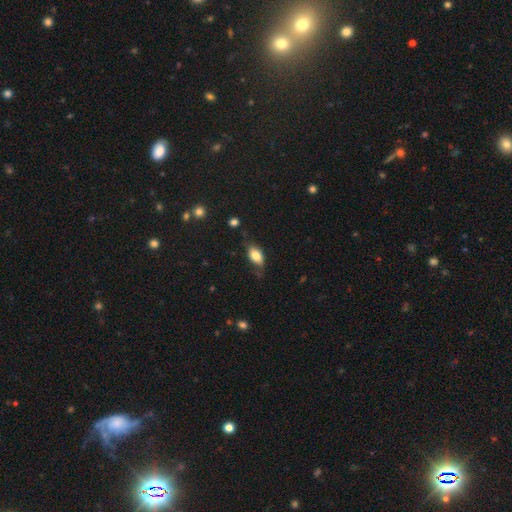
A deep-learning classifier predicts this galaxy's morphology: smooth-or-featured: smooth: 78% | featured or disk: 15% | star or artifact: 7%
  how-rounded: in between: 88% | cigar-shaped: 6% | round: 6%
  merging: none: 66% | minor disturbance: 25% | major disturbance: 7% | merger: 2%